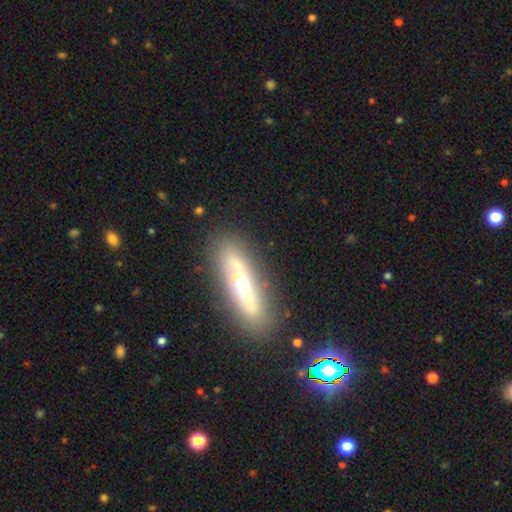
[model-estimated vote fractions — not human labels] smooth_or_featured: featured or disk (p=0.53) [alt: smooth p=0.34]
disk_edge_on: yes (p=0.68) [alt: no p=0.32]
merging: none (p=0.80) [alt: minor disturbance p=0.13]